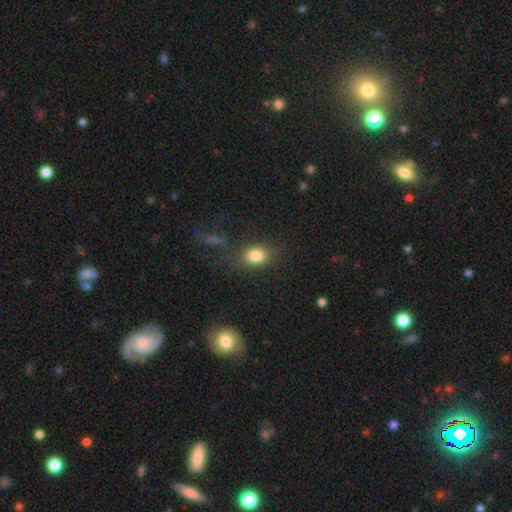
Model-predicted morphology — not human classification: This is clearly a smooth galaxy (82%). How rounded: possibly in between (56%). Merging: likely none (73%).